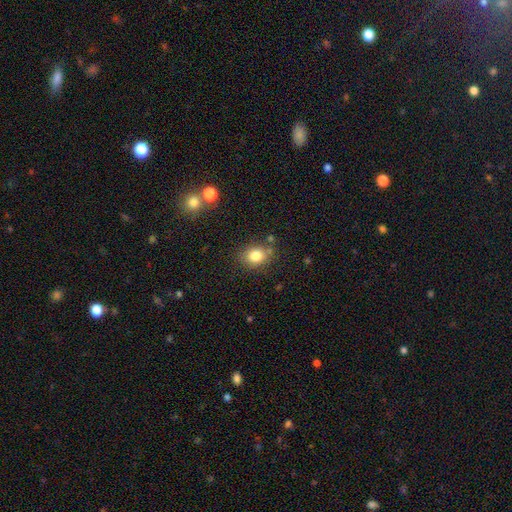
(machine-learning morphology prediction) This appears to be a smooth galaxy with no disk features (82%) that is round (51%). Merging: none (75%).